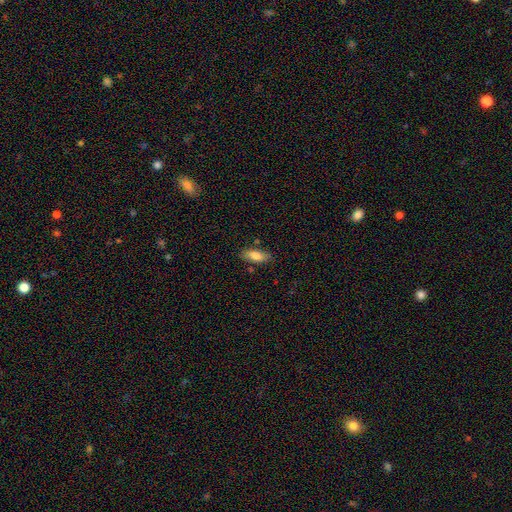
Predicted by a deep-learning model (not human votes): Overall: smooth (81%). How rounded: in between (79%). Merging: none (79%).